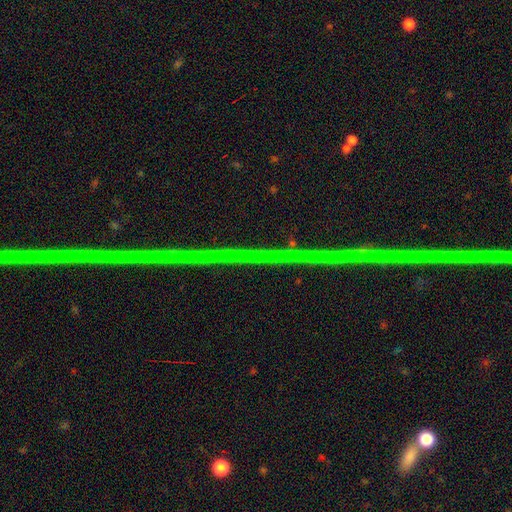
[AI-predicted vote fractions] A star or artifact, not a galaxy (78%).